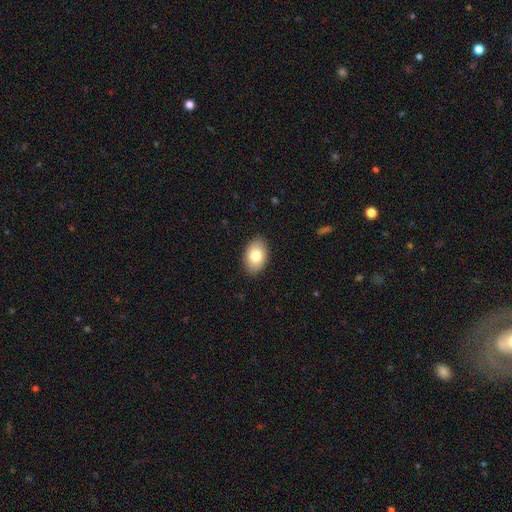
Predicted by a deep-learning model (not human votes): Smooth or featured: smooth — 80% (featured or disk — 13%)
How rounded: in between — 87% (round — 12%)
Merging: none — 89% (minor disturbance — 8%)